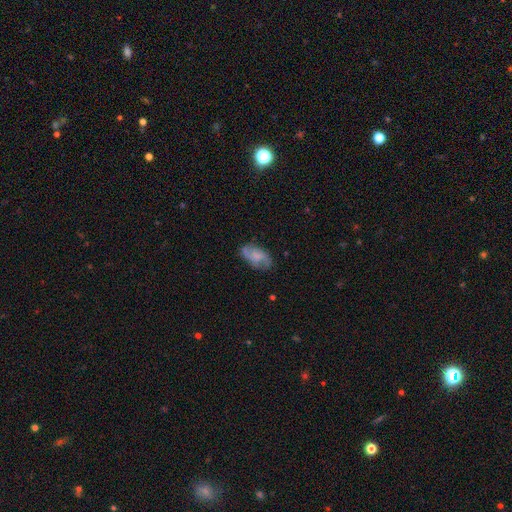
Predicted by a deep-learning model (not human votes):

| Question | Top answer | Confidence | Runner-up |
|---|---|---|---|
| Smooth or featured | featured or disk | 55% | smooth (37%) |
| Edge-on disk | no | 96% | yes (4%) |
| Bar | no | 64% | weak (31%) |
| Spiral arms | yes | 86% | no (14%) |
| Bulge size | none | 40% | small (26%) |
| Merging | none | 70% | minor disturbance (21%) |